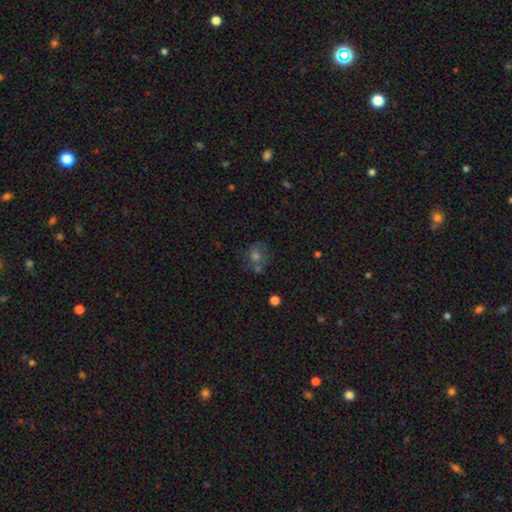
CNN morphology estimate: Smooth or featured? Predicted: smooth (p=0.55). How rounded? Predicted: round (p=0.73). Merging? Predicted: none (p=0.60).